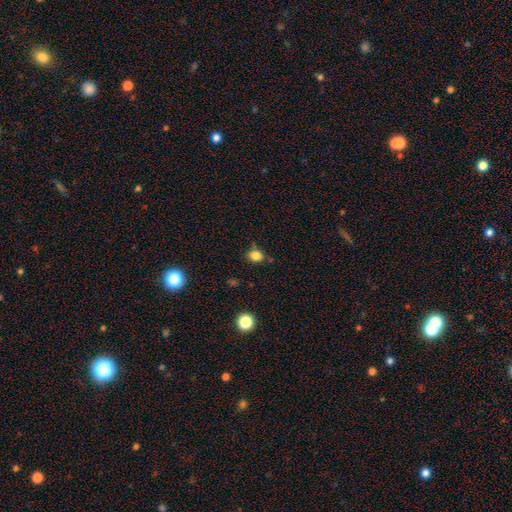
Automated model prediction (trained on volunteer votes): A smooth galaxy with no disk features (82%) that is round (56%). Merging: none (71%).